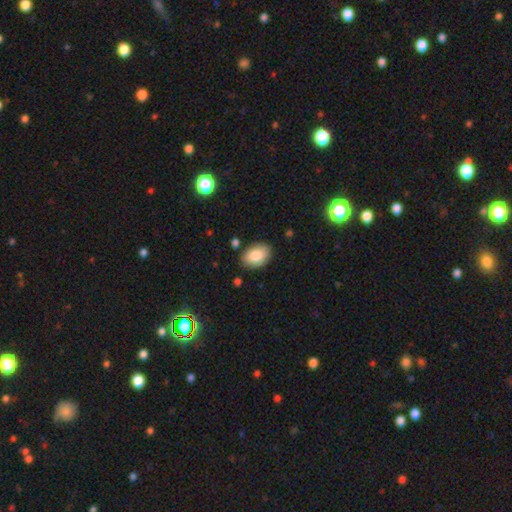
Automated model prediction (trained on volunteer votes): Q: Smooth or featured?
A: smooth (83%); runner-up: featured or disk (10%)
Q: How rounded?
A: in between (87%); runner-up: round (12%)
Q: Merging?
A: none (83%); runner-up: minor disturbance (12%)